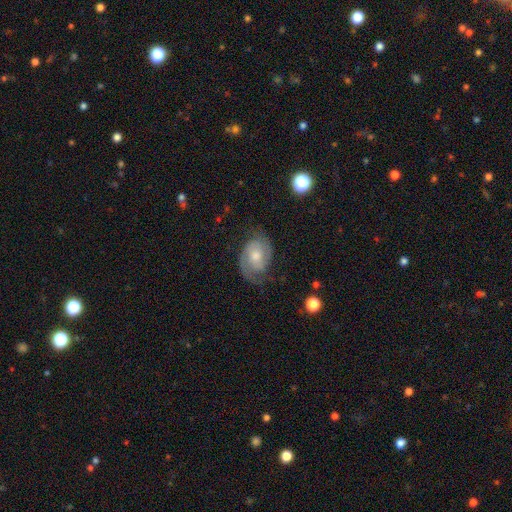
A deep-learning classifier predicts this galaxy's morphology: type=featured or disk (83%); edge-on=no (97%); bar=no (63%); spiral arms=yes (96%); winding=medium (45%); arm count=2 (88%); bulge=moderate (60%); merging=none (72%).